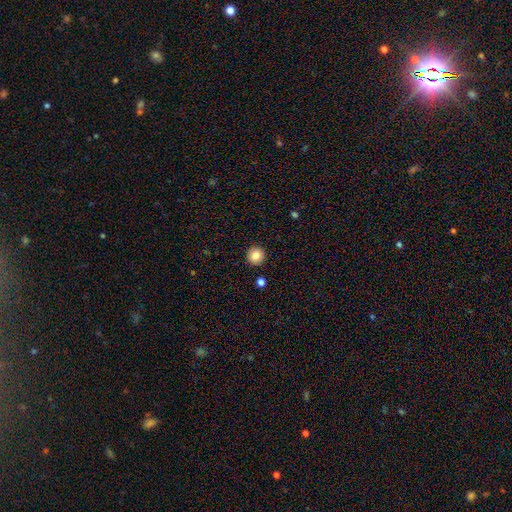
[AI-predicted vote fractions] smooth 85%, star or artifact 9%, featured or disk 6%. Down the decision tree: how rounded — round (95%); merging — none (92%).